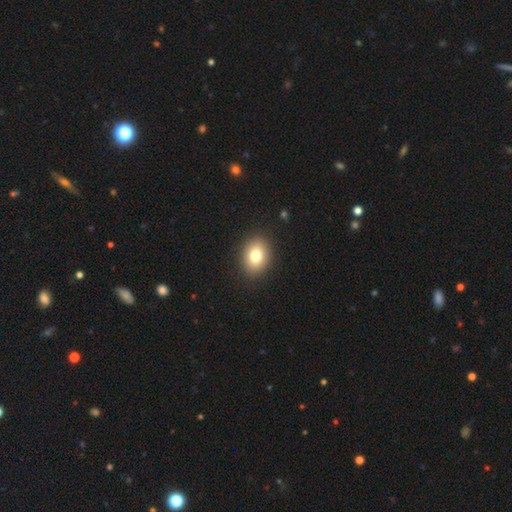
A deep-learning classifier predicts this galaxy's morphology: Smooth or featured?
  - smooth: 79% *
  - featured or disk: 11%
  - star or artifact: 10%
How rounded?
  - in between: 58% *
  - round: 41%
  - cigar-shaped: 1%
Merging?
  - none: 90% *
  - minor disturbance: 7%
  - major disturbance: 2%
  - merger: 1%